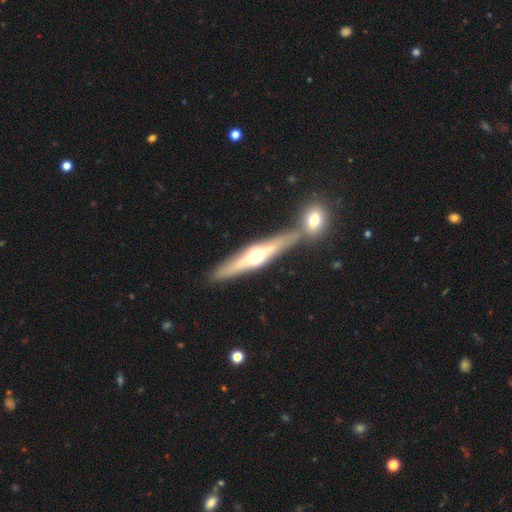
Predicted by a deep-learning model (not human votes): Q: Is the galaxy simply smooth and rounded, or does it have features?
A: featured or disk — 66%.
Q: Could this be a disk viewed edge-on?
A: yes — 93%.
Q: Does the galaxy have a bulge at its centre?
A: rounded — 90%.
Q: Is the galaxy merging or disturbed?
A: none — 67%.